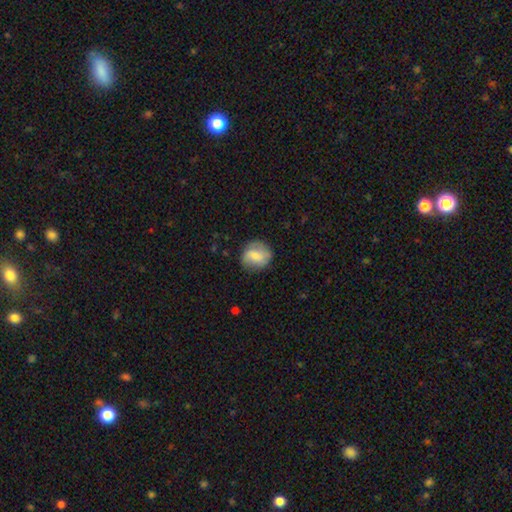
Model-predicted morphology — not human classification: A smooth galaxy with no disk features (65%) that is round (76%).

Vote fractions:
- Smooth or featured? smooth: 65% / featured or disk: 28% / star or artifact: 7%
- How rounded? round: 76% / in between: 23% / cigar-shaped: 1%
- Merging? none: 73% / minor disturbance: 19% / major disturbance: 7% / merger: 1%